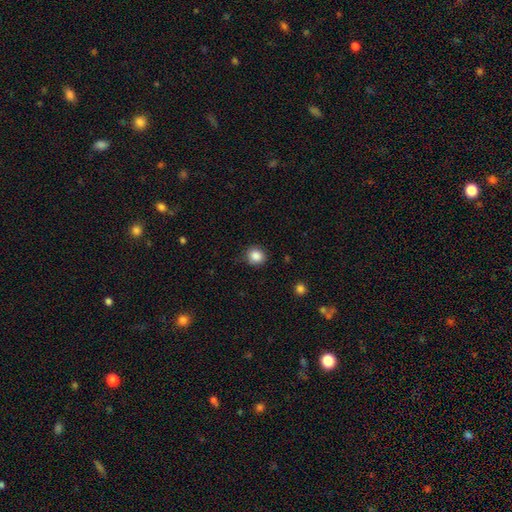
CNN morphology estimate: smooth 87%, star or artifact 10%, featured or disk 3%. Down the decision tree: how rounded — round (87%); merging — none (86%).